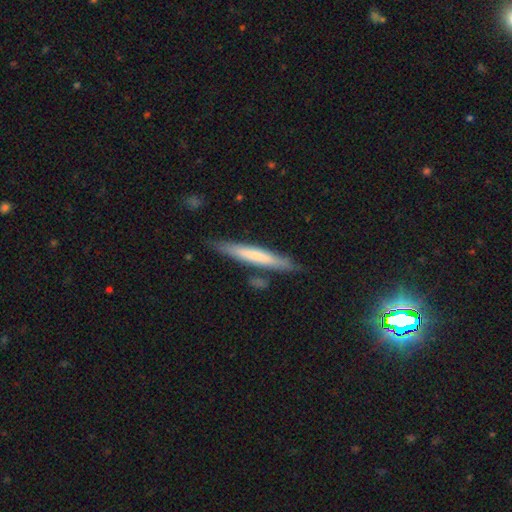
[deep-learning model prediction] A smooth galaxy with no disk features (60%) that is cigar-shaped (95%). Merging: none (82%).